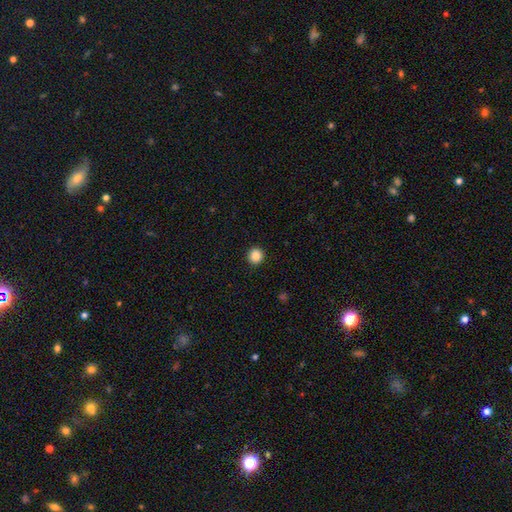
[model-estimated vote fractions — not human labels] This is clearly a smooth galaxy (86%). How rounded: clearly round (94%). Merging: clearly none (93%).